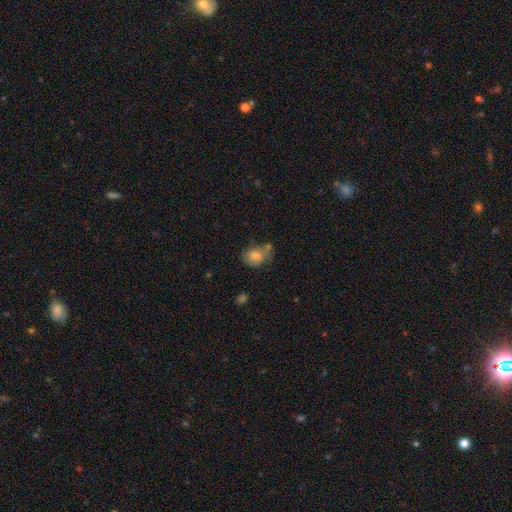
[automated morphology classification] smooth_or_featured: smooth (p=0.69) [alt: featured or disk p=0.22]
how_rounded: in between (p=0.62) [alt: round p=0.37]
merging: none (p=0.40) [alt: minor disturbance p=0.27]